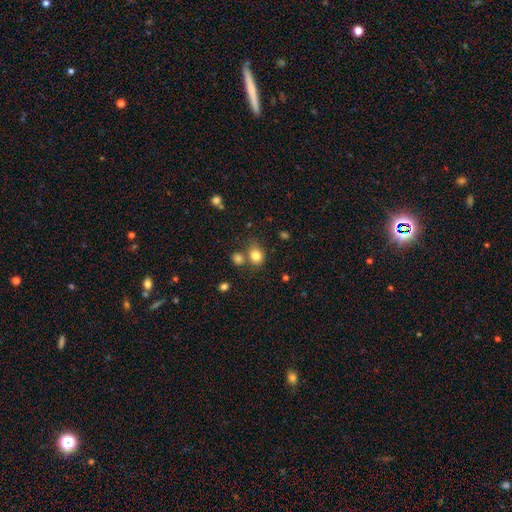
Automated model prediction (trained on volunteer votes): A smooth galaxy with no disk features (81%) that is round (60%). Merging: none (59%).